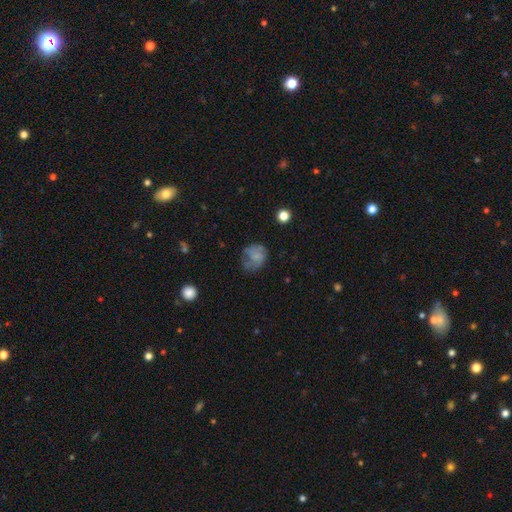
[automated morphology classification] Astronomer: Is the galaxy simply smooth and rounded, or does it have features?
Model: smooth — 61%.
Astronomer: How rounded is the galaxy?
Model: round — 63%.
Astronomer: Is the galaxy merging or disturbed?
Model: none — 44% (runner-up: minor disturbance, 29%).